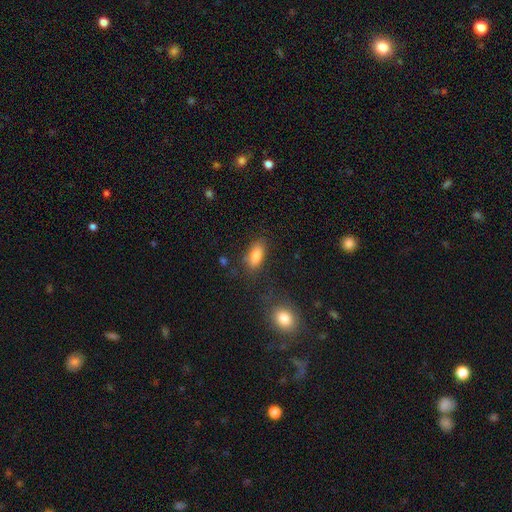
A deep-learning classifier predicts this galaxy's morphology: This is clearly a smooth galaxy (83%). How rounded: clearly in between (84%). Merging: likely none (74%).